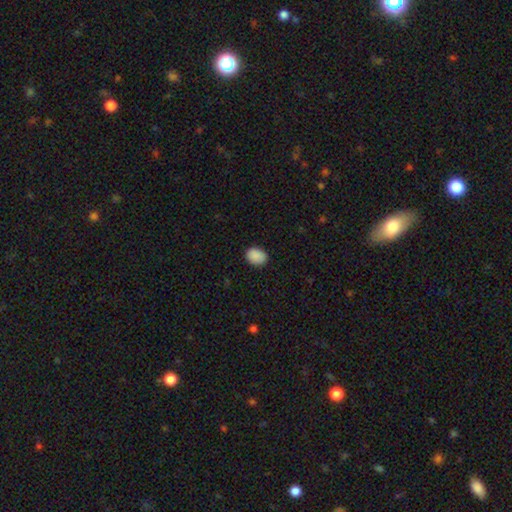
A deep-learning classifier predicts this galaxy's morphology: Smooth or featured: smooth — 89% (star or artifact — 8%)
How rounded: in between — 61% (round — 39%)
Merging: none — 87% (minor disturbance — 10%)